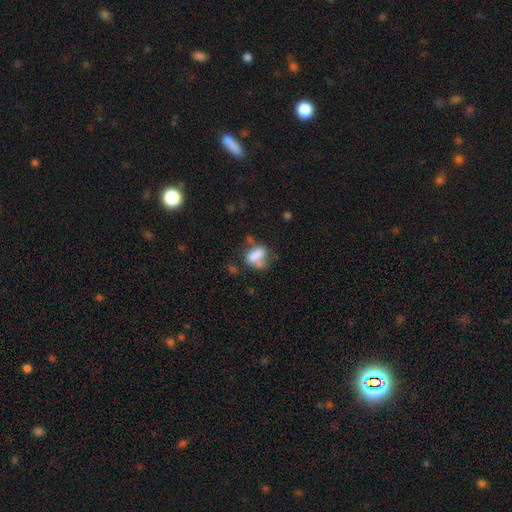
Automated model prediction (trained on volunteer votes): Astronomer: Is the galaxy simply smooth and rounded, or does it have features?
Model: smooth — 67%.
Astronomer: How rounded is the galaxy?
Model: in between — 77%.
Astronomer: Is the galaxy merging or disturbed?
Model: none — 33% (runner-up: minor disturbance, 26%).